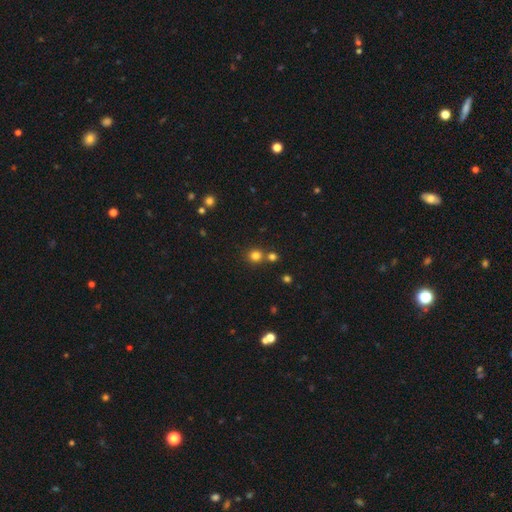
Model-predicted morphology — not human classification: Smooth or featured? Predicted: smooth (p=0.78). How rounded? Predicted: round (p=0.90). Merging? Predicted: none (p=0.69).